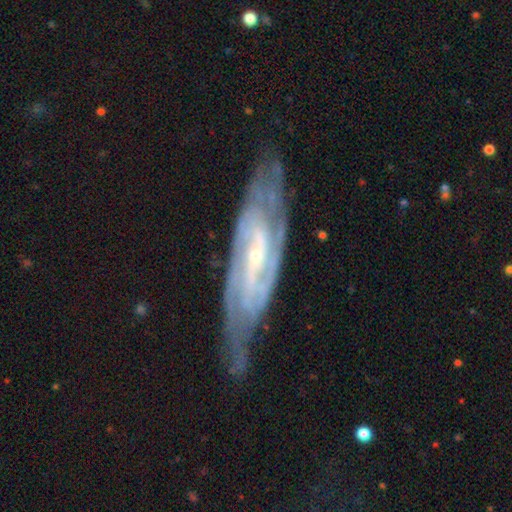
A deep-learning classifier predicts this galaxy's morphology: Smooth or featured?
  - featured or disk: 89% *
  - star or artifact: 6%
  - smooth: 5%
Edge-on disk?
  - no: 86% *
  - yes: 14%
Bar?
  - weak: 38% *
  - strong: 34%
  - no: 27%
Spiral arms?
  - yes: 97% *
  - no: 3%
Spiral winding?
  - tight: 57% *
  - medium: 35%
  - loose: 8%
Spiral arm count?
  - 2: 50% *
  - can't tell: 18%
  - 3: 14%
  - 4: 8%
  - more than 4: 5%
  - 1: 5%
Bulge size?
  - small: 79% *
  - moderate: 17%
  - none: 2%
  - large: 1%
  - dominant: 1%
Merging?
  - none: 72% *
  - minor disturbance: 20%
  - major disturbance: 6%
  - merger: 2%